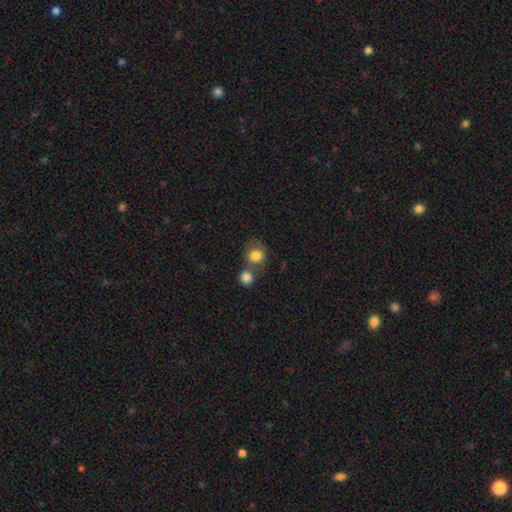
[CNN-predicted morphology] type=smooth (79%); roundness=round (79%); merging=none (46%).